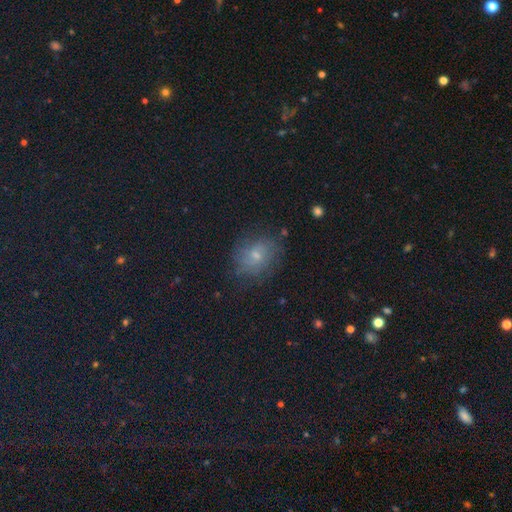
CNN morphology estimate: Smooth or featured? Predicted: smooth (p=0.49). Merging? Predicted: none (p=0.71).